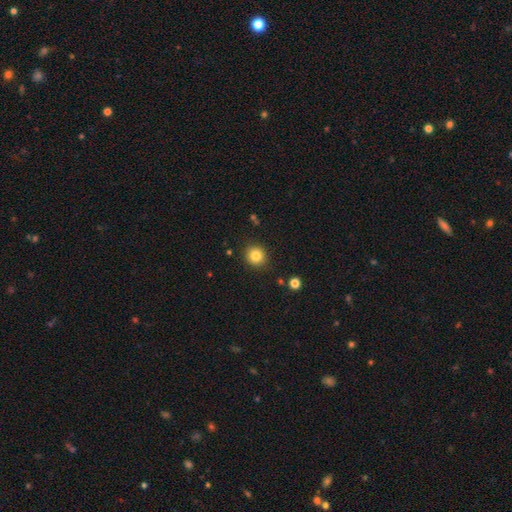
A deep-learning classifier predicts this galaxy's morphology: Smooth or featured? Predicted: smooth (p=0.83). How rounded? Predicted: round (p=0.91). Merging? Predicted: none (p=0.90).